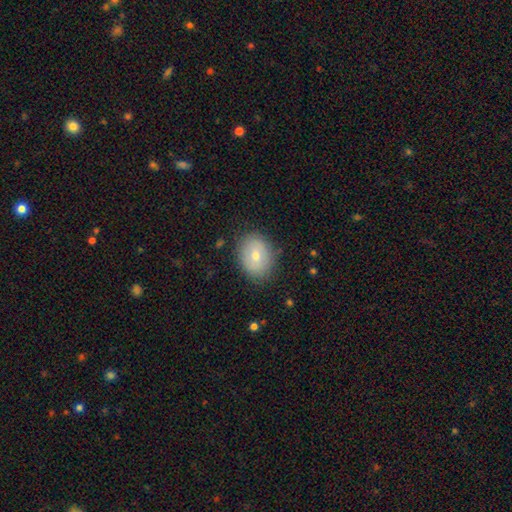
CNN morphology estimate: smooth_or_featured: smooth (p=0.66) [alt: featured or disk p=0.26]
how_rounded: in between (p=0.57) [alt: round p=0.42]
merging: none (p=0.84) [alt: minor disturbance p=0.12]